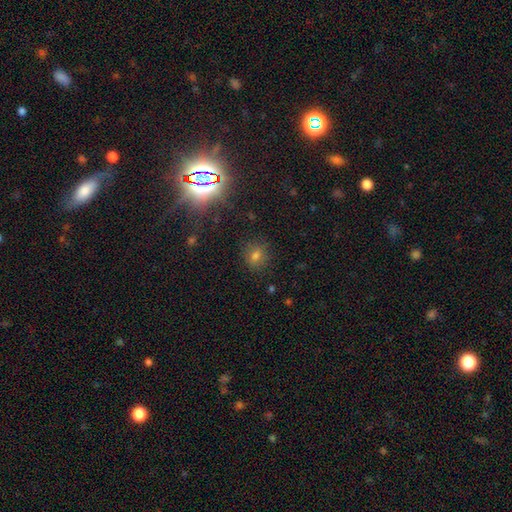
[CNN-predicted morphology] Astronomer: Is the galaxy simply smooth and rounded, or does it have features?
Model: smooth — 57% (runner-up: star or artifact, 33%).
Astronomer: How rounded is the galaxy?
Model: round — 80%.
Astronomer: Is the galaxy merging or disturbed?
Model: none — 86%.